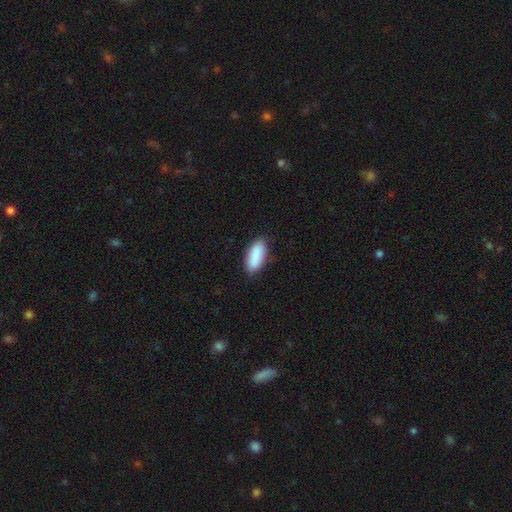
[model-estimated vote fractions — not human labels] Smooth or featured?
  - smooth: 90% *
  - star or artifact: 6%
  - featured or disk: 4%
How rounded?
  - in between: 82% *
  - cigar-shaped: 16%
  - round: 2%
Merging?
  - none: 85% *
  - minor disturbance: 11%
  - major disturbance: 2%
  - merger: 1%